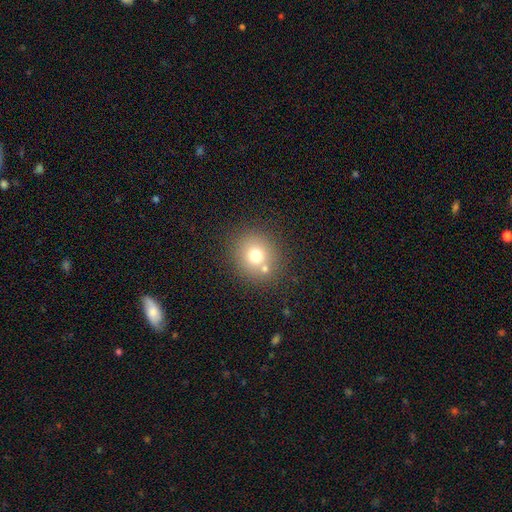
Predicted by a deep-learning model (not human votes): Smooth or featured? smooth (71%)
How rounded? round (82%)
Merging? none (69%)